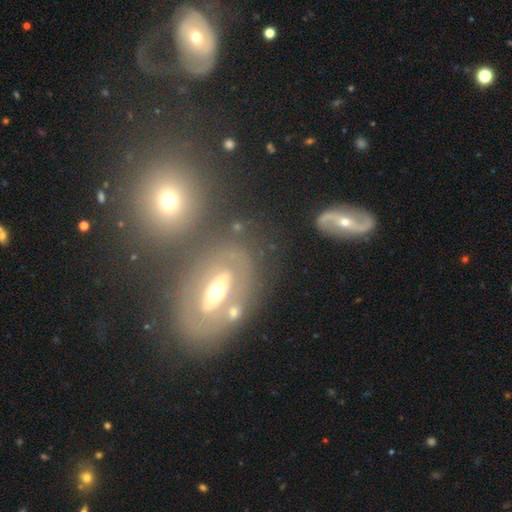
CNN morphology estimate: A featured or disk galaxy (64%) with no bar (43%), no spiral arms (58%) and a moderate central bulge (63%).

Vote fractions:
- Smooth or featured? featured or disk: 64% / smooth: 26% / star or artifact: 10%
- Edge-on disk? no: 86% / yes: 14%
- Bar? no: 43% / weak: 31% / strong: 26%
- Spiral arms? no: 58% / yes: 42%
- Bulge size? moderate: 63% / small: 21% / large: 12% / dominant: 2% / none: 2%
- Merging? none: 66% / minor disturbance: 15% / merger: 9% / major disturbance: 9%